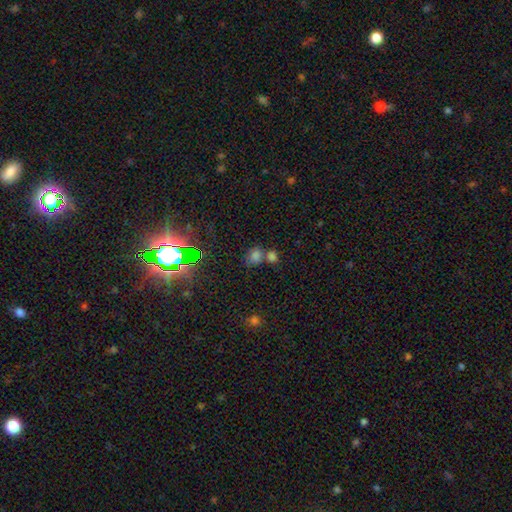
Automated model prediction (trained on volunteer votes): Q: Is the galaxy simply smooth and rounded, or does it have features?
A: smooth — 67%.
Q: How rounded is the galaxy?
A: round — 59%.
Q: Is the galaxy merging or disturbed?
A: none — 45%.